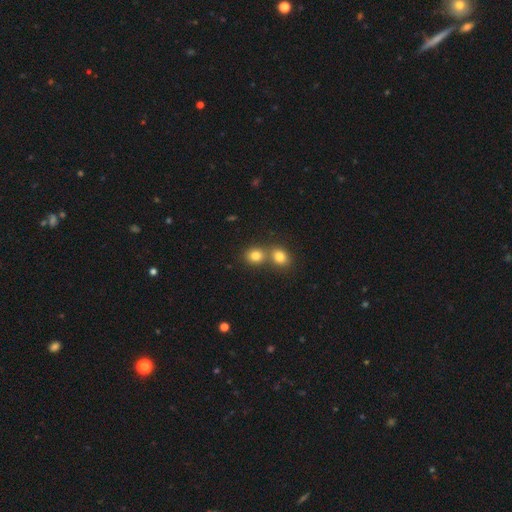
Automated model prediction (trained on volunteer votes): This appears to be a smooth galaxy with no disk features (80%) that is round (70%). Merging: none (46%, tied with merger).